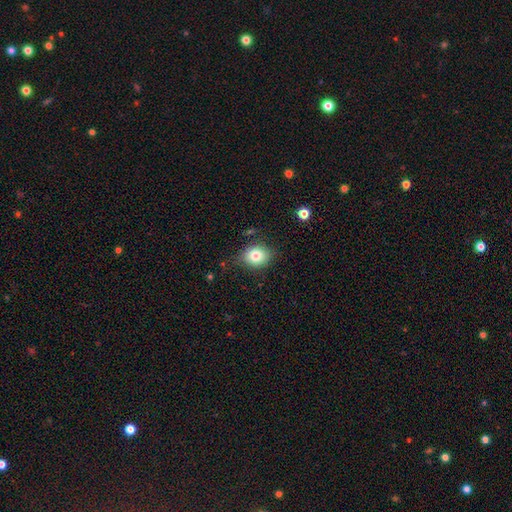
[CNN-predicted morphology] A smooth galaxy with no disk features (80%) that is round (57%).

Vote fractions:
- Smooth or featured? smooth: 80% / featured or disk: 10% / star or artifact: 10%
- How rounded? round: 57% / in between: 42% / cigar-shaped: 1%
- Merging? none: 77% / minor disturbance: 17% / major disturbance: 4% / merger: 2%